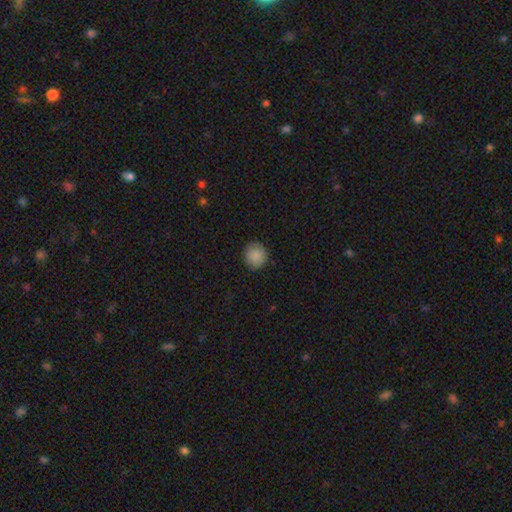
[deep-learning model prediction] smooth_or_featured: smooth (p=0.88) [alt: star or artifact p=0.08]
how_rounded: round (p=0.91) [alt: in between p=0.08]
merging: none (p=0.89) [alt: minor disturbance p=0.08]